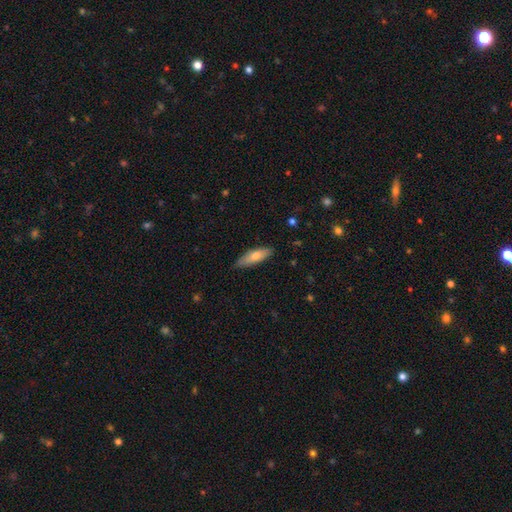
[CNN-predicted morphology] Smooth or featured? smooth (67%)
How rounded? cigar-shaped (51%)
Merging? none (83%)